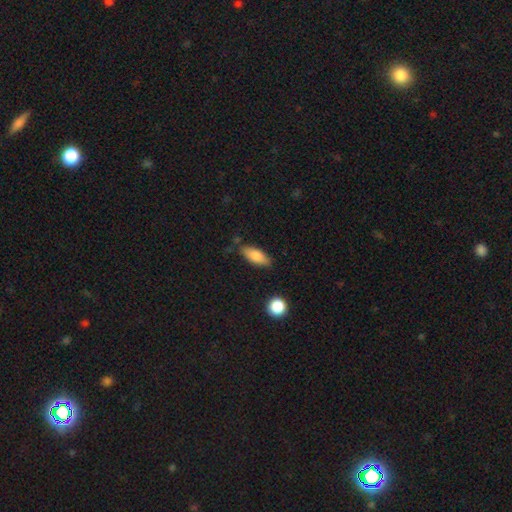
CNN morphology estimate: type=smooth (82%); roundness=in between (76%); merging=none (74%).